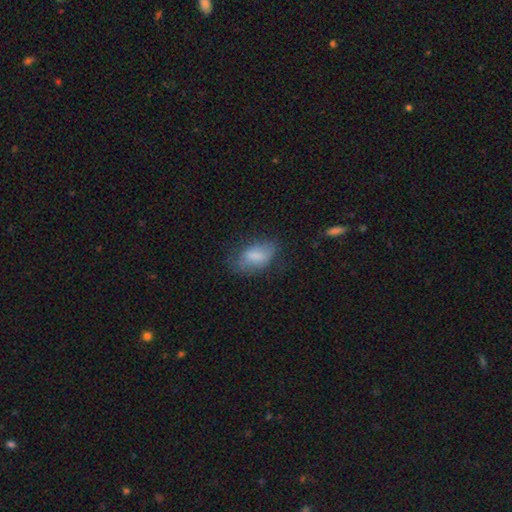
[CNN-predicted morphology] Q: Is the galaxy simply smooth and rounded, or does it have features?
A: smooth — 72%.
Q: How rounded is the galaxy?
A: in between — 90%.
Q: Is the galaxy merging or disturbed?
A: none — 54%.